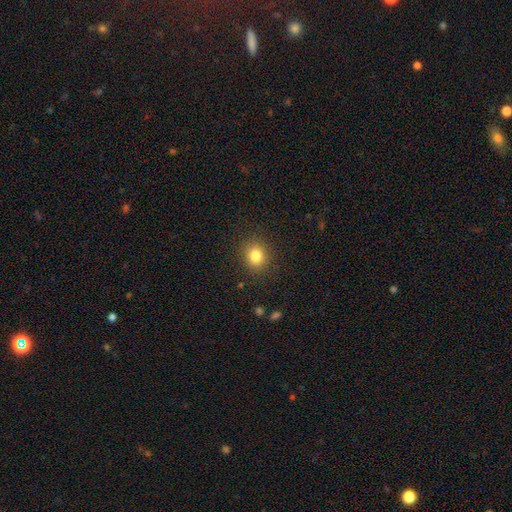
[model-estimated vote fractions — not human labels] Smooth or featured?
  - smooth: 82% *
  - star or artifact: 12%
  - featured or disk: 7%
How rounded?
  - round: 72% *
  - in between: 27%
  - cigar-shaped: 1%
Merging?
  - none: 89% *
  - minor disturbance: 8%
  - major disturbance: 3%
  - merger: 1%